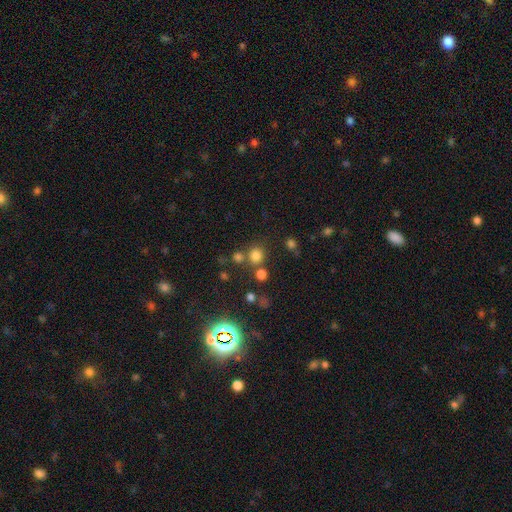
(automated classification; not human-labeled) This is likely a smooth galaxy (73%). How rounded: clearly round (88%). Merging: likely none (70%).